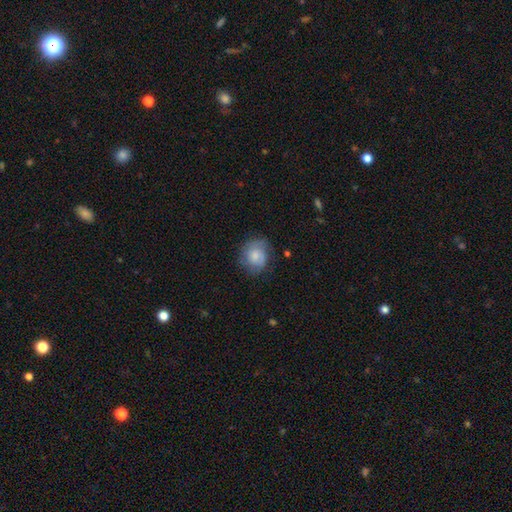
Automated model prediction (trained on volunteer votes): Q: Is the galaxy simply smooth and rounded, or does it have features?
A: smooth — 65%.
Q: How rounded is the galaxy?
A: round — 76%.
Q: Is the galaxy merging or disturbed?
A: none — 64%.